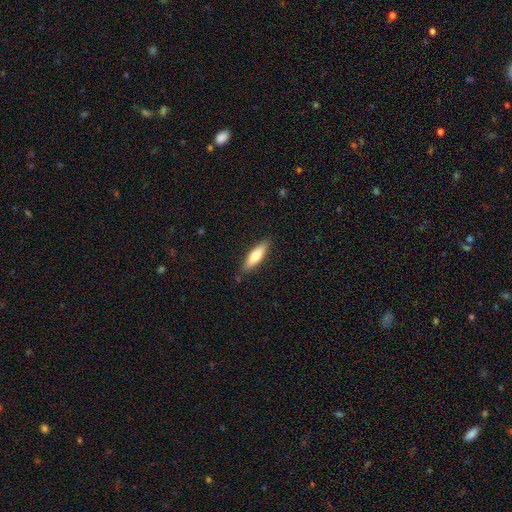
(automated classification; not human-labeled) The model was most divided on "how rounded": cigar-shaped: 59%, in between: 39%, round: 2%. More confident: merging — none (85%); smooth or featured — smooth (70%).